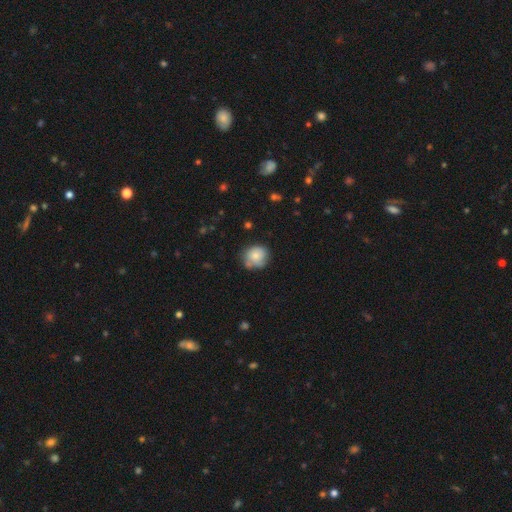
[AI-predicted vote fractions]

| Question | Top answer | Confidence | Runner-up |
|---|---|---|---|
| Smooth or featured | smooth | 76% | featured or disk (16%) |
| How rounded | round | 80% | in between (19%) |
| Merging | none | 63% | minor disturbance (25%) |